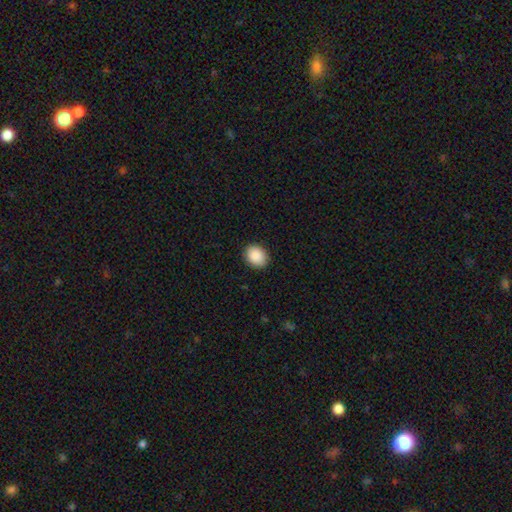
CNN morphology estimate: This is clearly a smooth galaxy (90%). How rounded: possibly in between (50%). Merging: clearly none (89%).